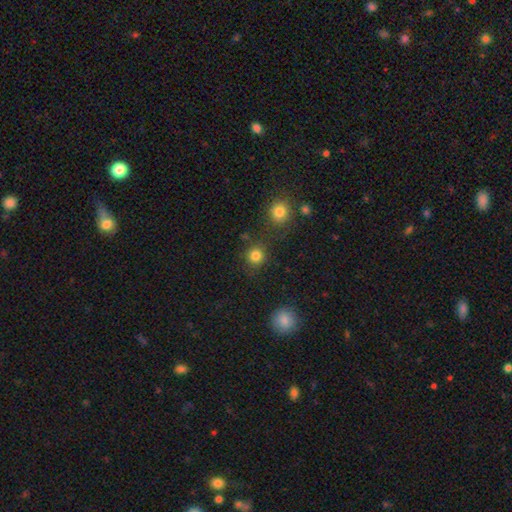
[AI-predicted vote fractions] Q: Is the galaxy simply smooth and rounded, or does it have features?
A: smooth — 83%.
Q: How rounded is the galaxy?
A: round — 91%.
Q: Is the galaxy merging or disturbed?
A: none — 82%.